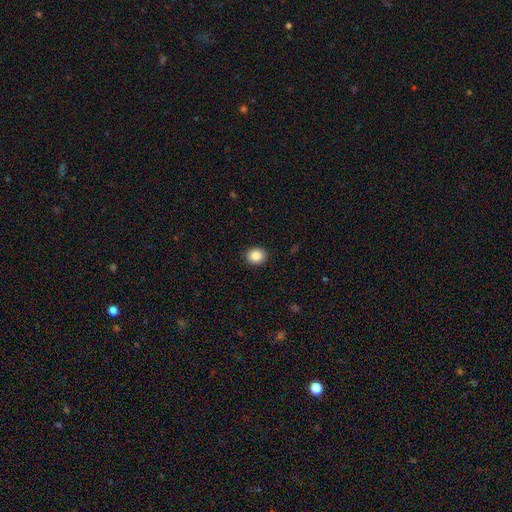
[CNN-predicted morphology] Smooth or featured? Predicted: smooth (p=0.87). How rounded? Predicted: round (p=0.72). Merging? Predicted: none (p=0.91).